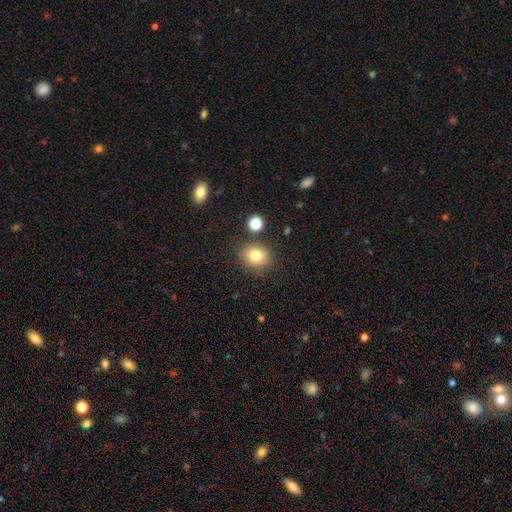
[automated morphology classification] Smooth or featured: smooth — 79% (star or artifact — 12%)
How rounded: round — 65% (in between — 34%)
Merging: none — 81% (minor disturbance — 11%)